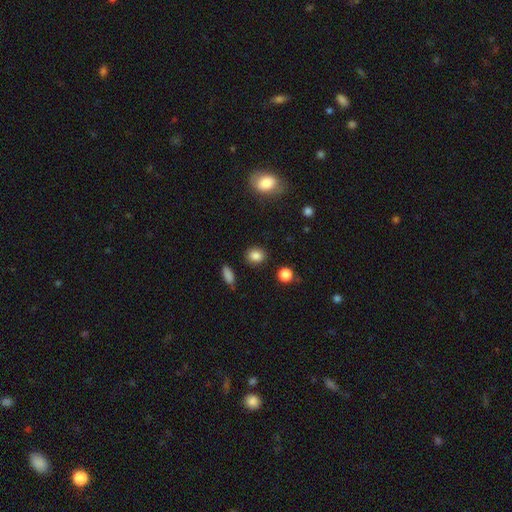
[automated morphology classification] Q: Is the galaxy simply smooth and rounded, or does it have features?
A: smooth — 85%.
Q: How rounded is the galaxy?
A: round — 63%.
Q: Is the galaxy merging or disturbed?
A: none — 88%.